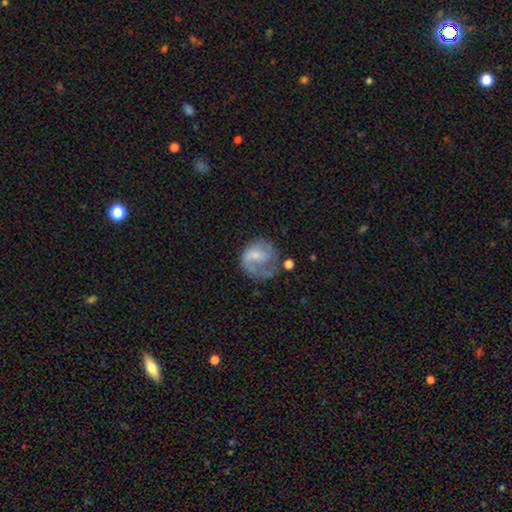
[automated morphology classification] Smooth or featured? featured or disk (53%)
Edge-on disk? no (98%)
Bar? no (56%)
Spiral arms? yes (73%)
Bulge size? small (36%)
Merging? none (37%)